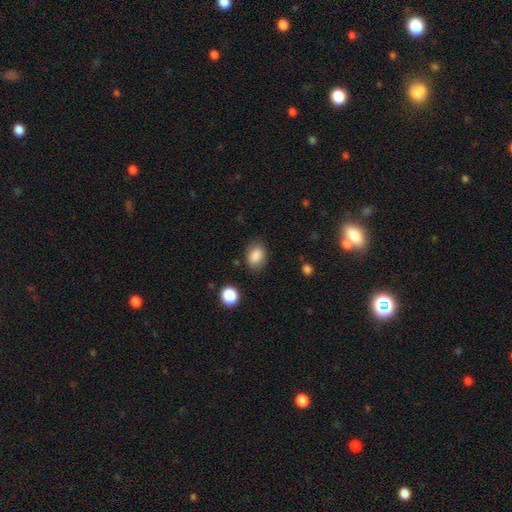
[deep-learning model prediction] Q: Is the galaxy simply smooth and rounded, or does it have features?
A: smooth — 86%.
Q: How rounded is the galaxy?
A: in between — 73%.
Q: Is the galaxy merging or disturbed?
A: none — 80%.